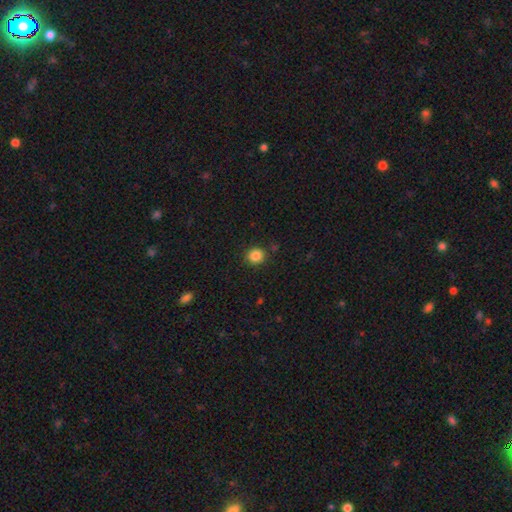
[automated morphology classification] A smooth galaxy with no disk features (85%) that is round (86%).

Vote fractions:
- Smooth or featured? smooth: 85% / star or artifact: 11% / featured or disk: 4%
- How rounded? round: 86% / in between: 13% / cigar-shaped: 1%
- Merging? none: 88% / minor disturbance: 8% / major disturbance: 2% / merger: 2%